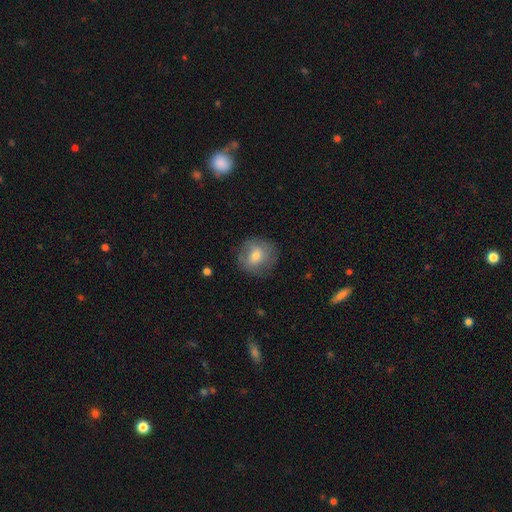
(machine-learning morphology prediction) Q: Smooth or featured?
A: smooth (66%); runner-up: featured or disk (26%)
Q: How rounded?
A: round (86%); runner-up: in between (13%)
Q: Merging?
A: none (77%); runner-up: minor disturbance (15%)